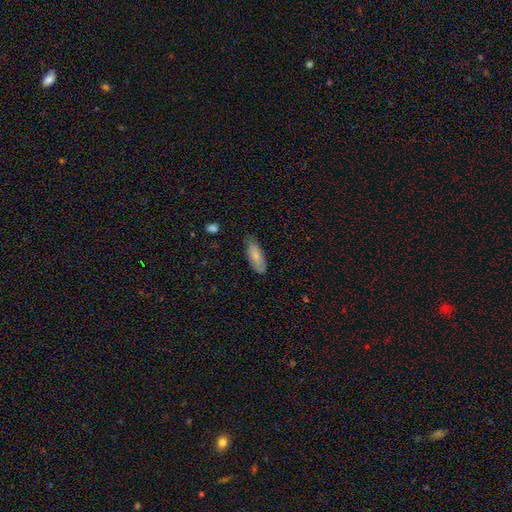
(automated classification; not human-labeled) Smooth or featured? Predicted: smooth (p=0.80). How rounded? Predicted: in between (p=0.72). Merging? Predicted: none (p=0.75).